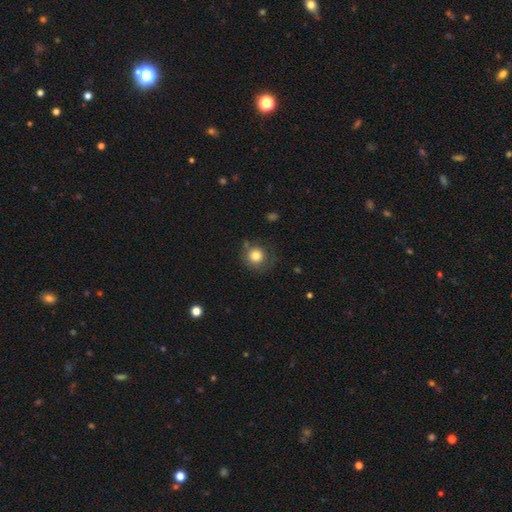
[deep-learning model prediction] smooth_or_featured: smooth (p=0.80) [alt: featured or disk p=0.11]
how_rounded: round (p=0.89) [alt: in between p=0.10]
merging: none (p=0.68) [alt: minor disturbance p=0.19]